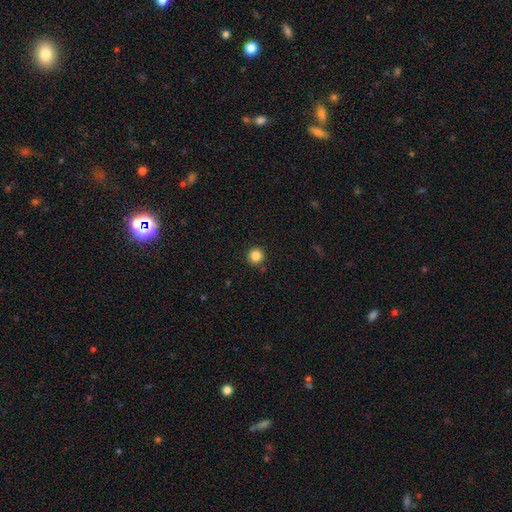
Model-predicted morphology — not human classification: The model was most divided on "smooth or featured": smooth: 85%, star or artifact: 11%, featured or disk: 4%. More confident: how rounded — round (95%); merging — none (90%).